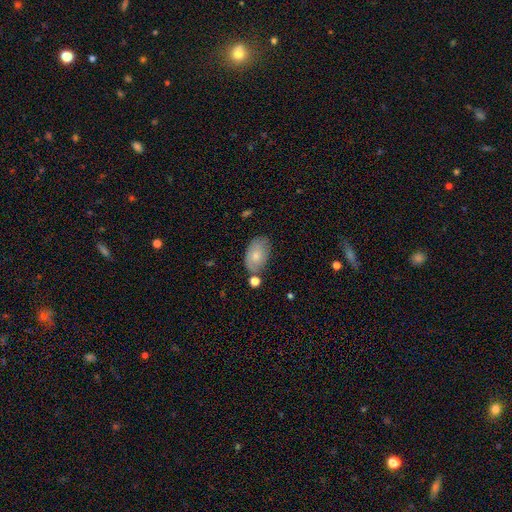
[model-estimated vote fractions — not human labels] This appears to be a smooth galaxy with no disk features (74%) that is in between round and cigar-shaped (91%). Merging: none (64%).